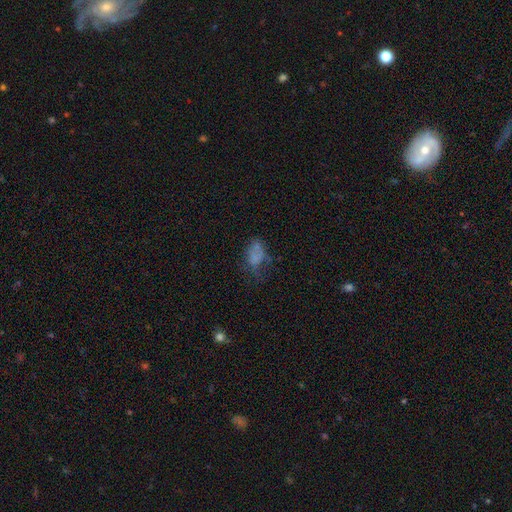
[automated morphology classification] smooth 63%, featured or disk 21%, star or artifact 16%. Down the decision tree: how rounded — in between (84%); merging — major disturbance (34%, tied with none).